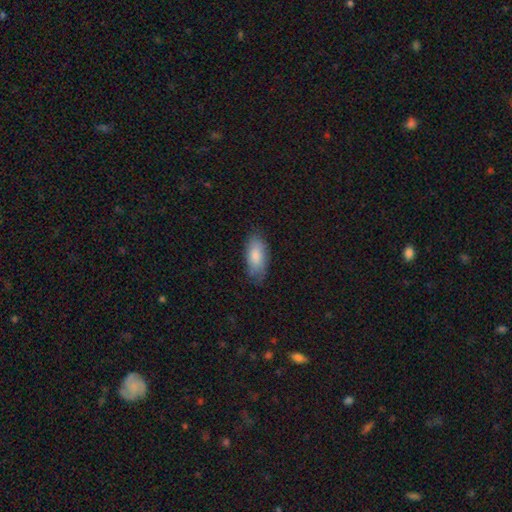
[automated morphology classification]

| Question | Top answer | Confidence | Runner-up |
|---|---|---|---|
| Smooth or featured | smooth | 81% | featured or disk (13%) |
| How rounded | in between | 89% | cigar-shaped (8%) |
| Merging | none | 73% | minor disturbance (21%) |